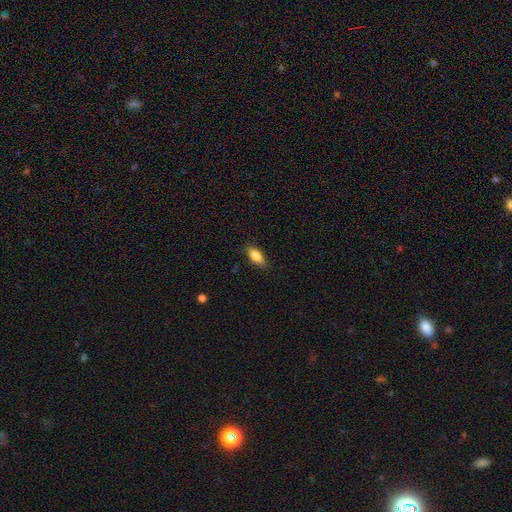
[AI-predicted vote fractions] Q: Smooth or featured?
A: smooth (83%); runner-up: featured or disk (10%)
Q: How rounded?
A: in between (78%); runner-up: cigar-shaped (19%)
Q: Merging?
A: none (84%); runner-up: minor disturbance (12%)